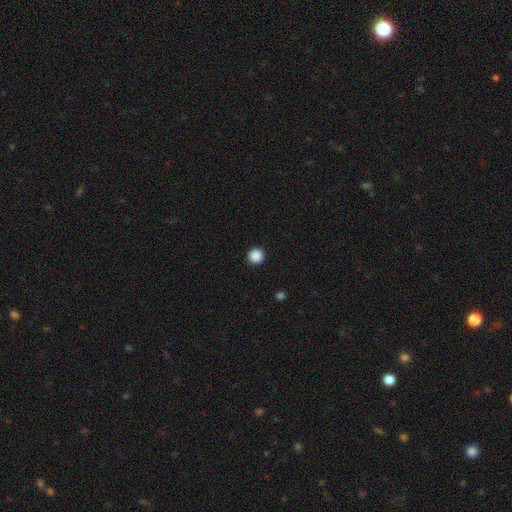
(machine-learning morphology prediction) A smooth galaxy with no disk features (88%) that is round (96%). Merging: none (94%).